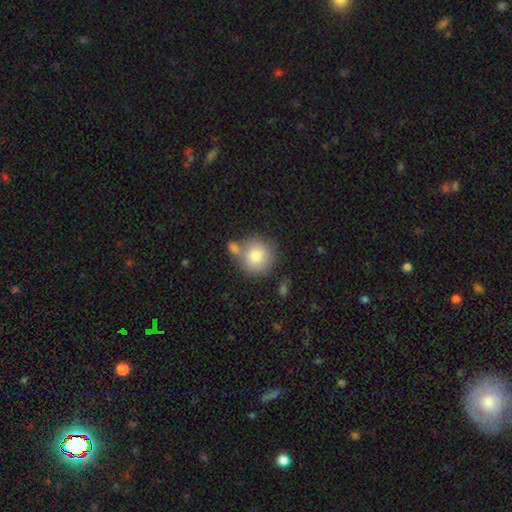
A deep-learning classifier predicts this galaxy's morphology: This is clearly a smooth galaxy (80%). How rounded: clearly round (91%). Merging: possibly none (59%).